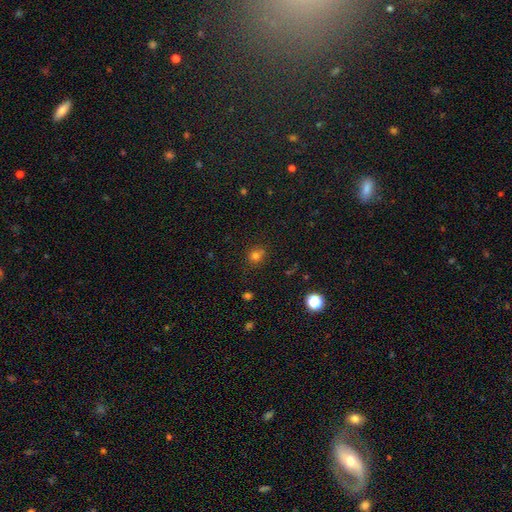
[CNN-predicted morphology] Smooth or featured? Predicted: smooth (p=0.73). How rounded? Predicted: round (p=0.81). Merging? Predicted: none (p=0.73).